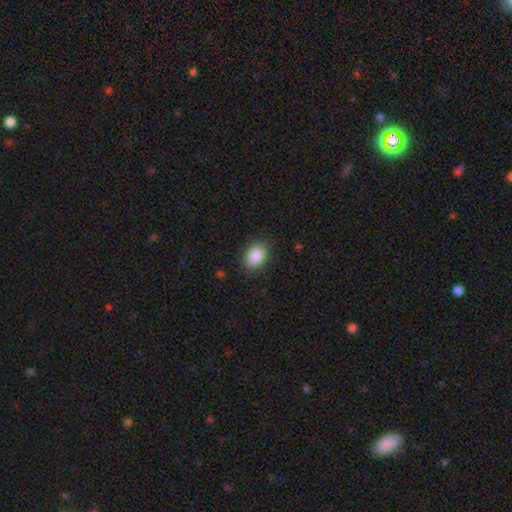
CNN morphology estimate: smooth 87%, star or artifact 8%, featured or disk 5%. Down the decision tree: how rounded — in between (74%); merging — none (87%).